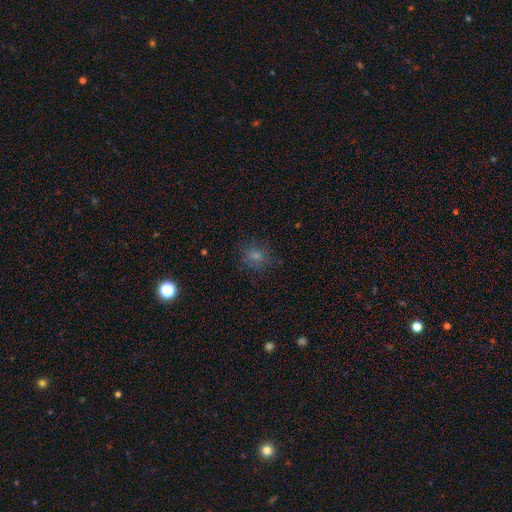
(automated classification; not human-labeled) A smooth galaxy with no disk features (63%) that is round (80%).

Vote fractions:
- Smooth or featured? smooth: 63% / star or artifact: 25% / featured or disk: 11%
- How rounded? round: 80% / in between: 19% / cigar-shaped: 1%
- Merging? none: 83% / minor disturbance: 12% / major disturbance: 4% / merger: 1%